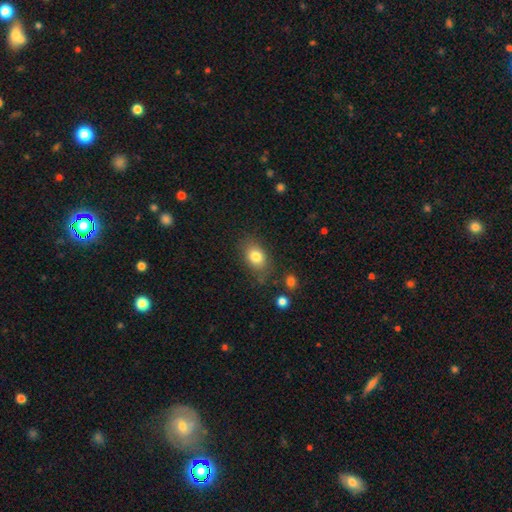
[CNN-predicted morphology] The model was most divided on "how rounded": in between: 75%, round: 23%, cigar-shaped: 1%. More confident: smooth or featured — smooth (82%); merging — none (75%).